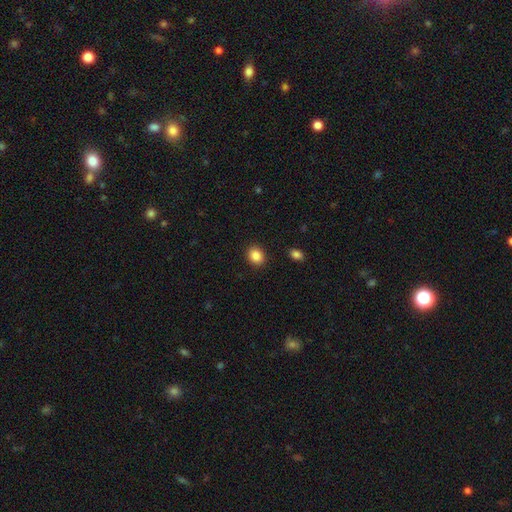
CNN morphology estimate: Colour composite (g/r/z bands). It shows a smooth galaxy with no disk features (87%) that is round (55%). Merging: none (90%).